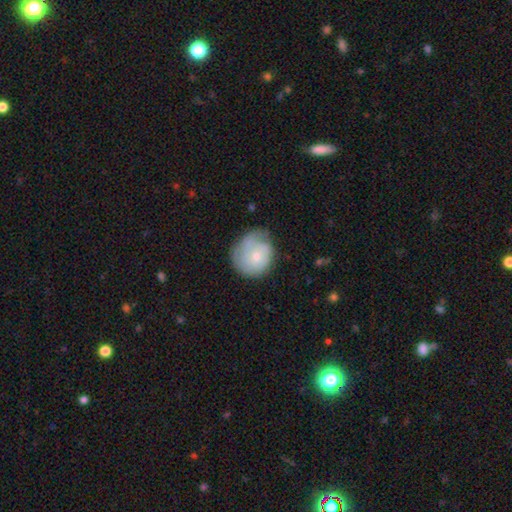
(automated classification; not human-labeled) smooth_or_featured: smooth (p=0.50) [alt: featured or disk p=0.44]
merging: none (p=0.55) [alt: minor disturbance p=0.31]